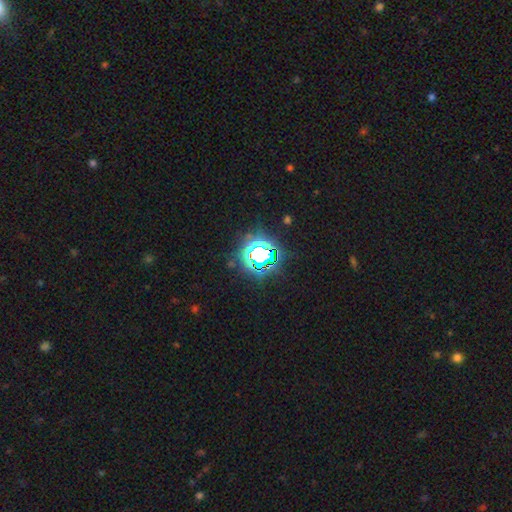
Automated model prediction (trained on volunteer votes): Smooth or featured? star or artifact (74%)